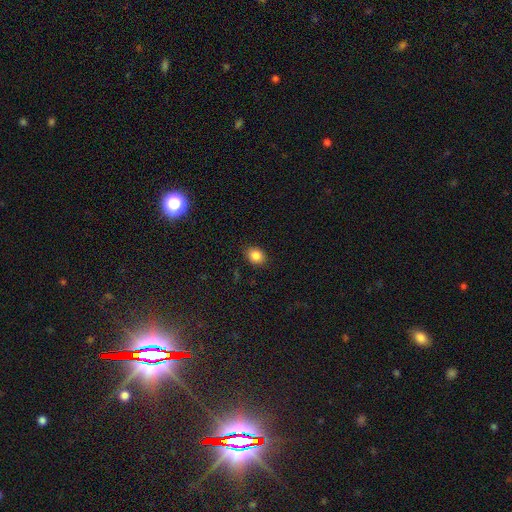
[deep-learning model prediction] Smooth or featured?
  - smooth: 85% *
  - star or artifact: 10%
  - featured or disk: 5%
How rounded?
  - in between: 52% *
  - round: 47%
  - cigar-shaped: 1%
Merging?
  - none: 88% *
  - minor disturbance: 9%
  - major disturbance: 2%
  - merger: 1%